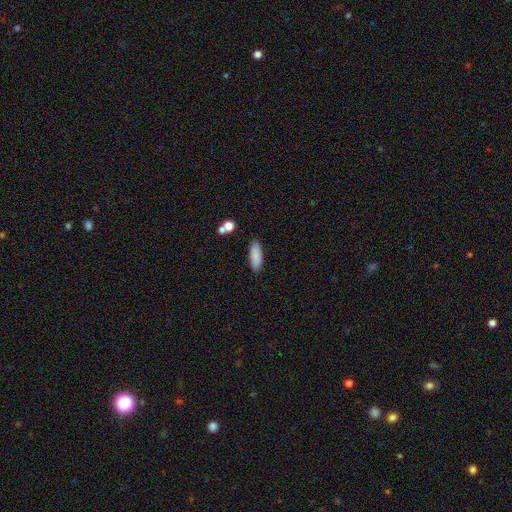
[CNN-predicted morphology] smooth 87%, star or artifact 7%, featured or disk 6%. Down the decision tree: how rounded — in between (63%); merging — none (87%).